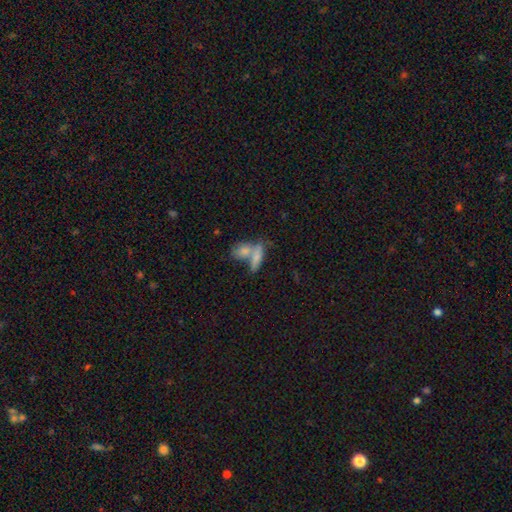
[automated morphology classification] The model was most divided on "merging": merger: 55%, none: 33%, minor disturbance: 8%, major disturbance: 4%. More confident: smooth or featured — smooth (72%); how rounded — in between (58%).